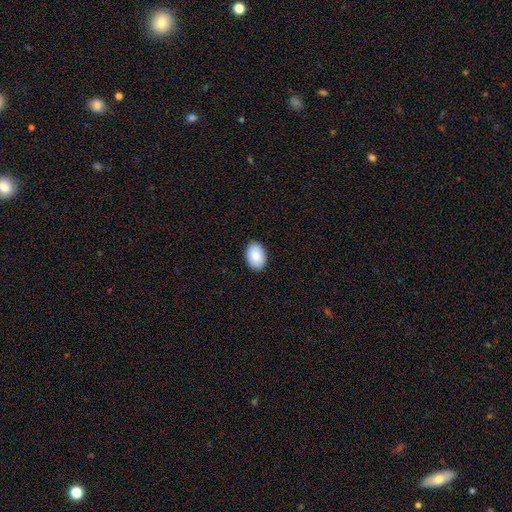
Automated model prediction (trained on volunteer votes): smooth_or_featured: smooth (p=0.86) [alt: featured or disk p=0.07]
how_rounded: in between (p=0.86) [alt: round p=0.13]
merging: none (p=0.90) [alt: minor disturbance p=0.07]